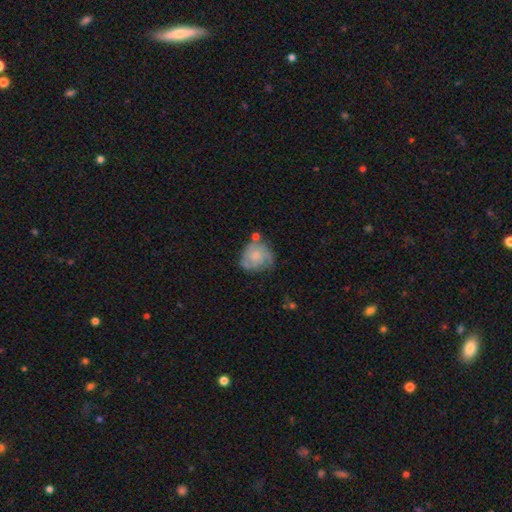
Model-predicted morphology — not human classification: Q: Smooth or featured?
A: featured or disk (50%); runner-up: smooth (42%)
Q: Edge-on disk?
A: no (98%); runner-up: yes (2%)
Q: Merging?
A: none (48%); runner-up: minor disturbance (28%)